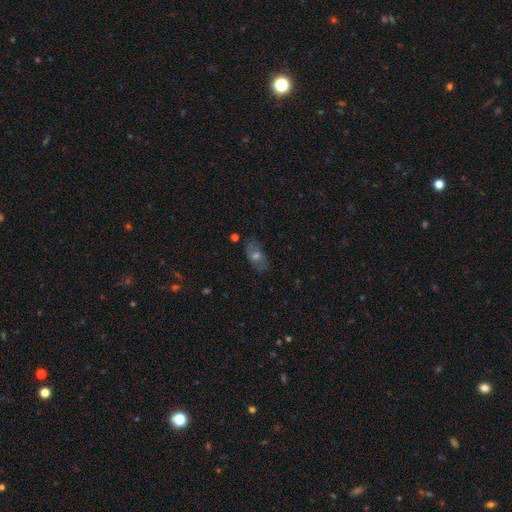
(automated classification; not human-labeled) Smooth or featured?
  - smooth: 47% *
  - featured or disk: 40%
  - star or artifact: 13%
Merging?
  - none: 79% *
  - minor disturbance: 16%
  - major disturbance: 4%
  - merger: 2%